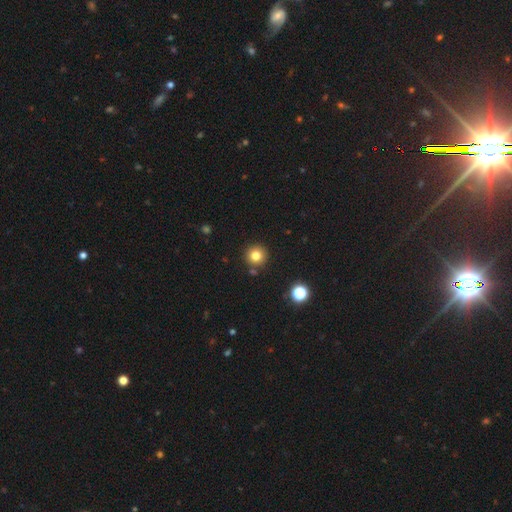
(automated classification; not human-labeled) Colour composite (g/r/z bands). It shows a smooth galaxy with no disk features (80%) that is round (95%). Merging: none (86%).